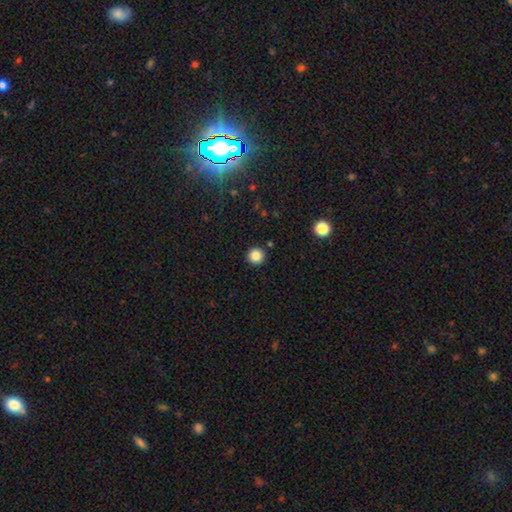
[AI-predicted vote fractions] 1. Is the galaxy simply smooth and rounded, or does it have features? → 86% smooth, 11% star or artifact, 3% featured or disk.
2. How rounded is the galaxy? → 96% round, 3% in between, 1% cigar-shaped.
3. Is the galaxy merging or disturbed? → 92% none, 5% minor disturbance, 2% major disturbance, 2% merger.